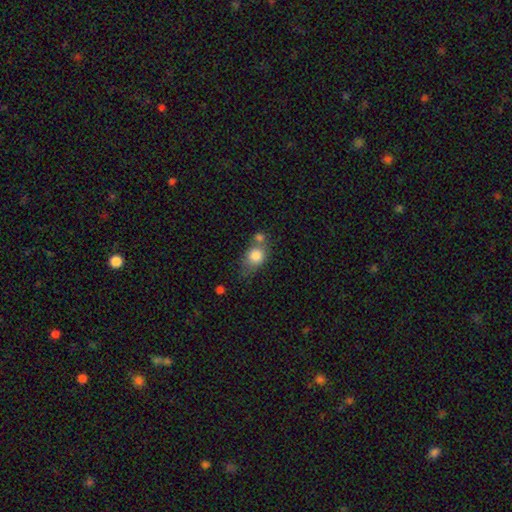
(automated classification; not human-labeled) Overall: smooth (79%). How rounded: round (54%; in between 44%). Merging: none (37%; merger 36%).